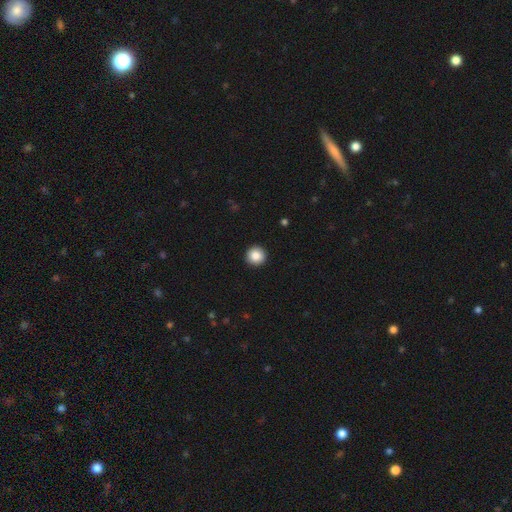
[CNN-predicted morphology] smooth_or_featured: smooth (p=0.86) [alt: star or artifact p=0.08]
how_rounded: round (p=0.96) [alt: in between p=0.03]
merging: none (p=0.94) [alt: minor disturbance p=0.04]